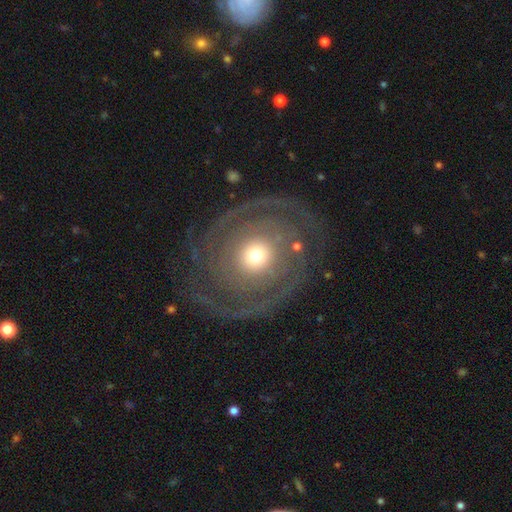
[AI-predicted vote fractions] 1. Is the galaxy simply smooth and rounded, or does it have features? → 75% featured or disk, 17% smooth, 7% star or artifact.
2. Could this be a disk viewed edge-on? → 96% no, 4% yes.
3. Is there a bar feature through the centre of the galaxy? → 86% no, 10% weak, 4% strong.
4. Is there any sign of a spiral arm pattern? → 78% yes, 22% no.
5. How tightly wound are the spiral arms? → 63% tight, 24% medium, 13% loose.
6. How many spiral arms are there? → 33% 2, 29% can't tell, 11% 3, 10% 1, 8% 4, 8% more than 4.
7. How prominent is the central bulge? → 44% moderate, 41% small, 10% large, 3% dominant, 1% none.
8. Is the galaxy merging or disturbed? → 71% none, 15% major disturbance, 11% minor disturbance, 2% merger.